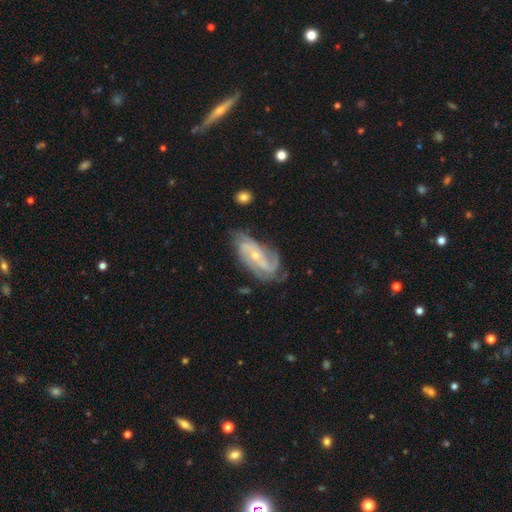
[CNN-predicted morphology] Smooth or featured?
  - featured or disk: 86% *
  - smooth: 9%
  - star or artifact: 6%
Edge-on disk?
  - no: 95% *
  - yes: 5%
Bar?
  - no: 53% *
  - weak: 32%
  - strong: 15%
Spiral arms?
  - yes: 96% *
  - no: 4%
Spiral winding?
  - medium: 43% *
  - tight: 41%
  - loose: 16%
Spiral arm count?
  - 3: 34% *
  - 2: 30%
  - can't tell: 17%
  - 4: 10%
  - 1: 5%
  - more than 4: 4%
Bulge size?
  - small: 69% *
  - moderate: 27%
  - none: 2%
  - large: 1%
  - dominant: 1%
Merging?
  - none: 62% *
  - minor disturbance: 24%
  - major disturbance: 11%
  - merger: 2%